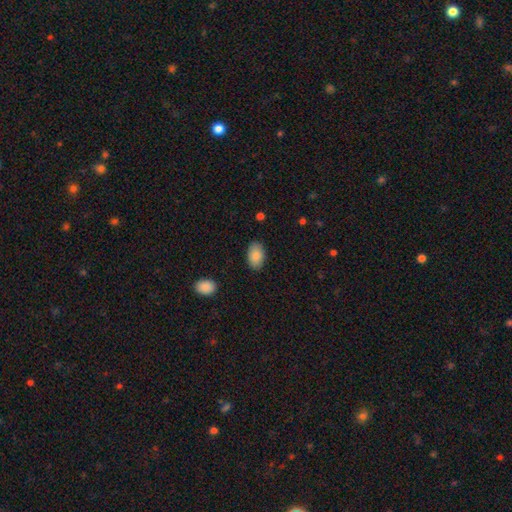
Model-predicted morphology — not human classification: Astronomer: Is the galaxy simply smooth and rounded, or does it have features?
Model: smooth — 89%.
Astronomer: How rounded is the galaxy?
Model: in between — 92%.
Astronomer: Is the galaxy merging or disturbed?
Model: none — 86%.